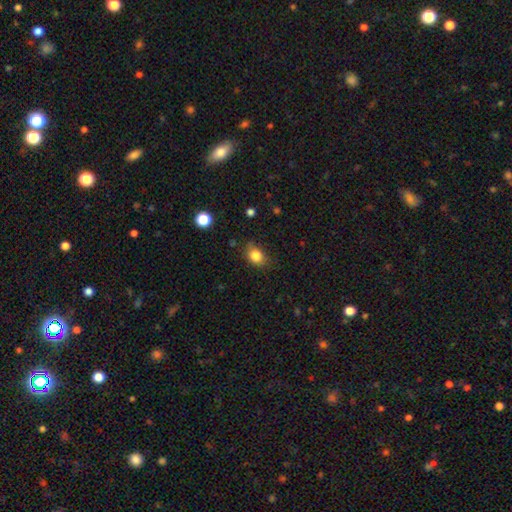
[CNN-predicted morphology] type=smooth (83%); roundness=in between (51%); merging=none (71%).